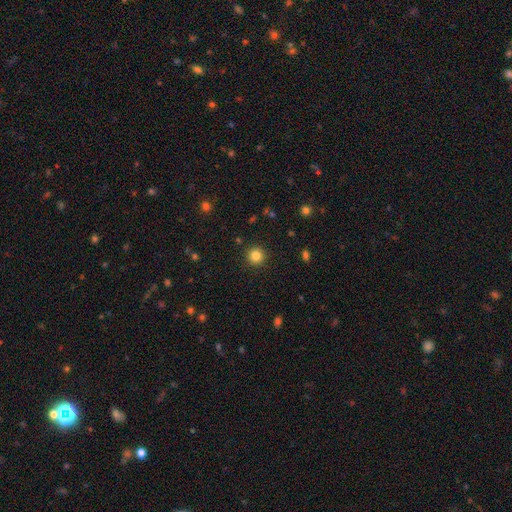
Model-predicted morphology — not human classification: Q: Smooth or featured?
A: smooth (83%); runner-up: star or artifact (12%)
Q: How rounded?
A: round (95%); runner-up: in between (4%)
Q: Merging?
A: none (92%); runner-up: minor disturbance (5%)